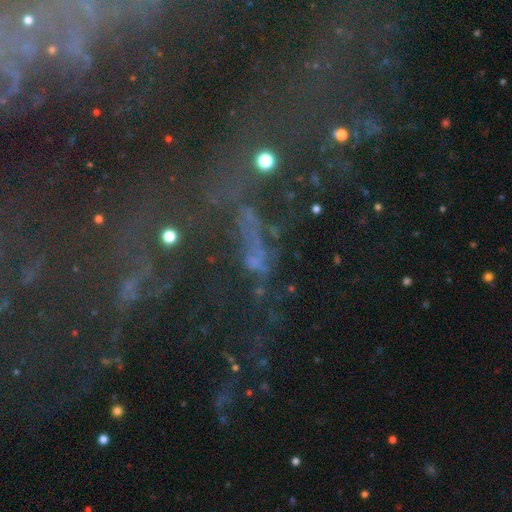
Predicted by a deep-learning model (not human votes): Q: Smooth or featured?
A: star or artifact (48%); runner-up: featured or disk (29%)